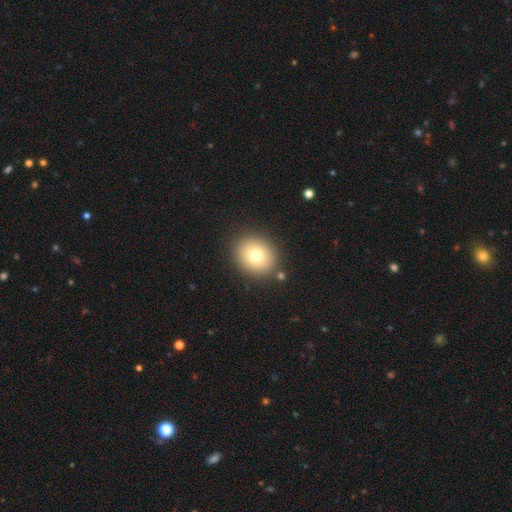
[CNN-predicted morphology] A smooth galaxy with no disk features (76%) that is round (68%).

Vote fractions:
- Smooth or featured? smooth: 76% / featured or disk: 13% / star or artifact: 11%
- How rounded? round: 68% / in between: 31% / cigar-shaped: 1%
- Merging? none: 87% / minor disturbance: 8% / merger: 3% / major disturbance: 3%